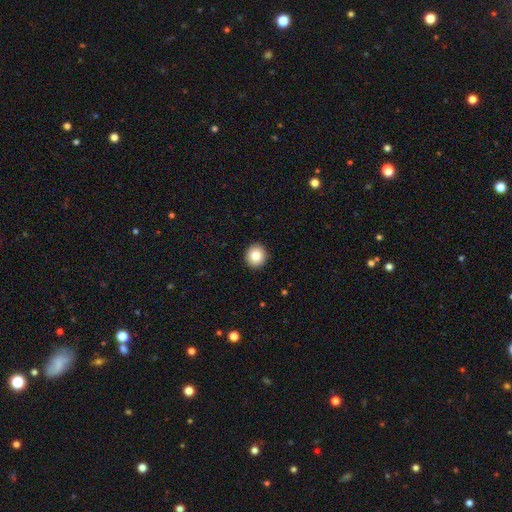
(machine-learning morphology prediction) smooth_or_featured: smooth (p=0.83) [alt: star or artifact p=0.09]
how_rounded: round (p=0.89) [alt: in between p=0.10]
merging: none (p=0.93) [alt: minor disturbance p=0.05]